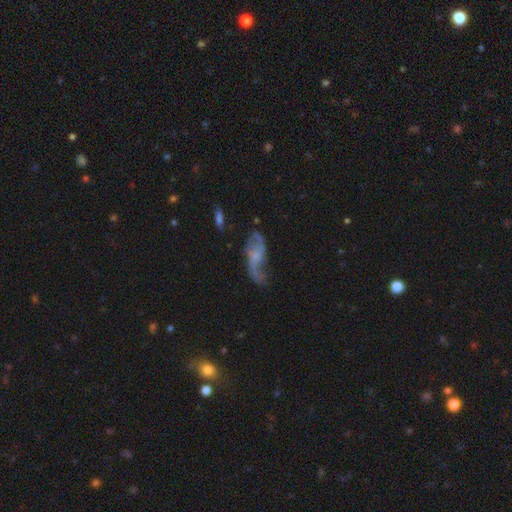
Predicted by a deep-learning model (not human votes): smooth_or_featured: featured or disk (p=0.74) [alt: smooth p=0.18]
disk_edge_on: no (p=0.92) [alt: yes p=0.08]
bar: no (p=0.65) [alt: weak p=0.30]
has_spiral_arms: yes (p=0.87) [alt: no p=0.13]
spiral_winding: loose (p=0.72) [alt: medium p=0.21]
spiral_arm_count: 2 (p=0.80) [alt: can't tell p=0.08]
bulge_size: small (p=0.56) [alt: none p=0.24]
merging: none (p=0.49) [alt: minor disturbance p=0.25]